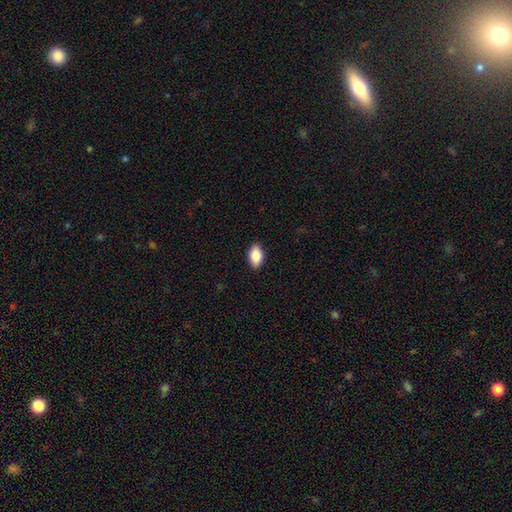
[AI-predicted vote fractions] This is clearly a smooth galaxy (86%). How rounded: clearly in between (91%). Merging: clearly none (89%).